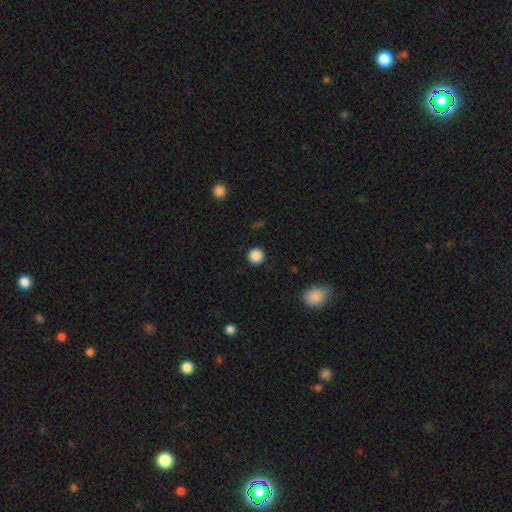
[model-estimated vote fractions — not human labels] A smooth galaxy with no disk features (87%) that is round (95%). Merging: none (91%).